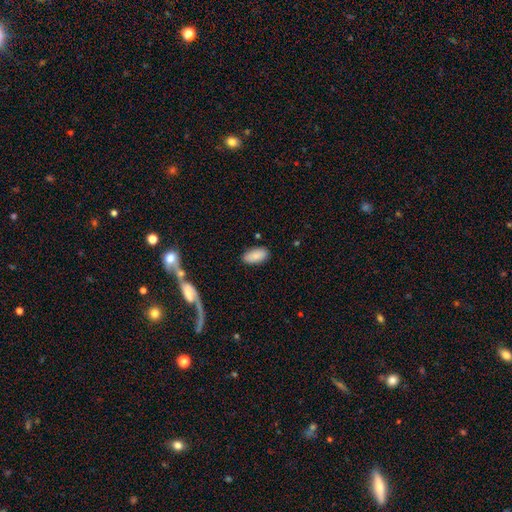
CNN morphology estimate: Smooth or featured? smooth (84%)
How rounded? in between (93%)
Merging? none (83%)